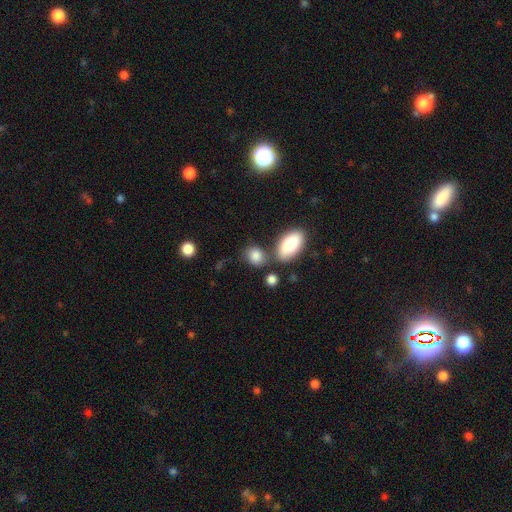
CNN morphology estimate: Q: Smooth or featured?
A: smooth (85%); runner-up: star or artifact (8%)
Q: How rounded?
A: in between (62%); runner-up: round (35%)
Q: Merging?
A: none (59%); runner-up: merger (18%)